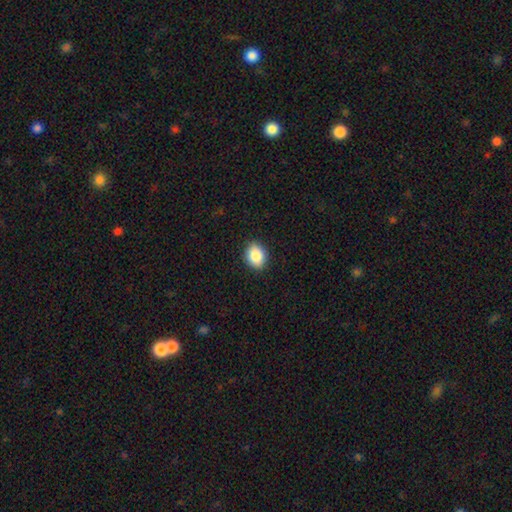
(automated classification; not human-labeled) The model was most divided on "how rounded" (2-way tie): round: 49%, in between: 49%, cigar-shaped: 1%. More confident: merging — none (89%); smooth or featured — smooth (87%).